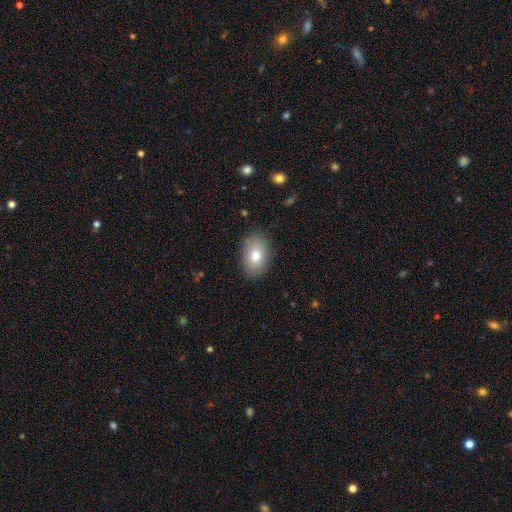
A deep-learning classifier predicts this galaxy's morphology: This appears to be a smooth galaxy with no disk features (80%) that is in between round and cigar-shaped (88%). Merging: none (86%).